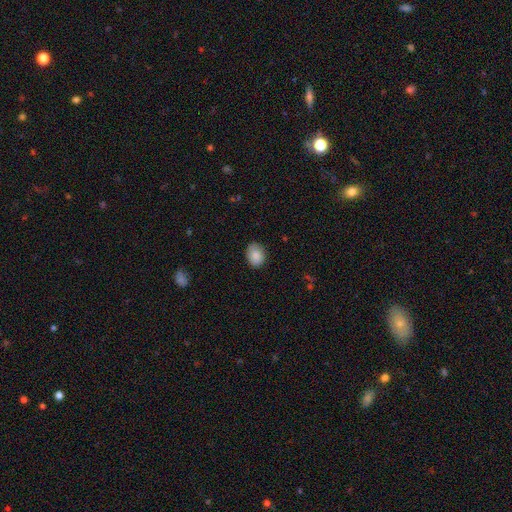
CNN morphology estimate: Smooth or featured? smooth (87%)
How rounded? in between (60%)
Merging? none (82%)